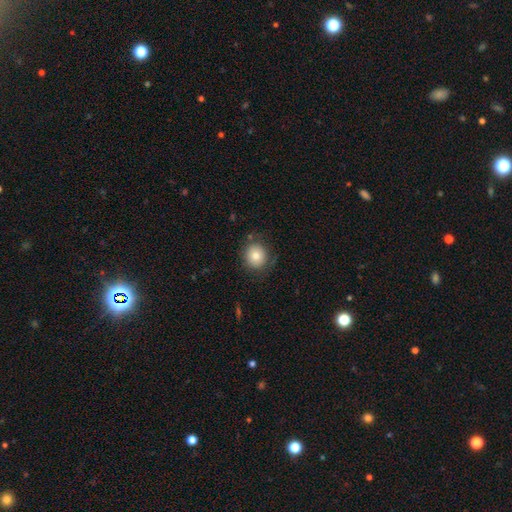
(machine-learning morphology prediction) A smooth galaxy with no disk features (79%) that is round (87%).

Vote fractions:
- Smooth or featured? smooth: 79% / featured or disk: 11% / star or artifact: 10%
- How rounded? round: 87% / in between: 12% / cigar-shaped: 1%
- Merging? none: 81% / minor disturbance: 13% / major disturbance: 4% / merger: 2%